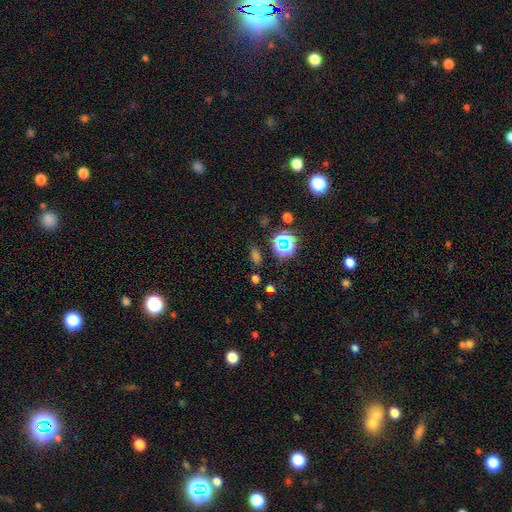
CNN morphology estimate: Smooth or featured?
  - star or artifact: 55% *
  - smooth: 35%
  - featured or disk: 10%